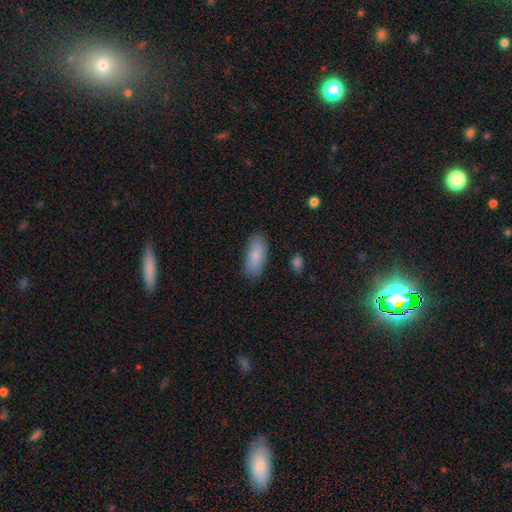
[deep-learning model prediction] Morphology: type=smooth (83%); roundness=in between (85%); merging=none (83%).